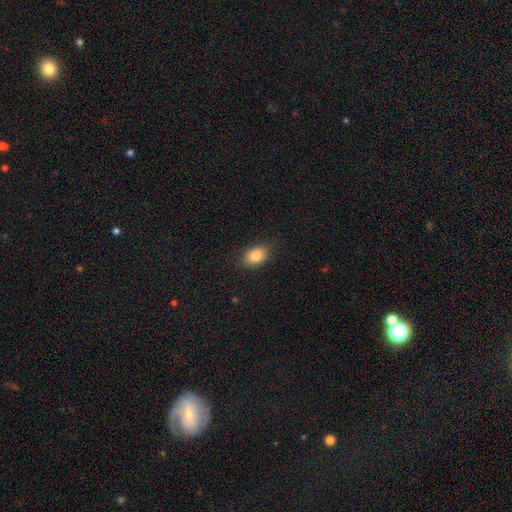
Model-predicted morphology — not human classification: Smooth or featured: smooth — 85% (star or artifact — 8%)
How rounded: in between — 81% (round — 17%)
Merging: none — 85% (minor disturbance — 11%)